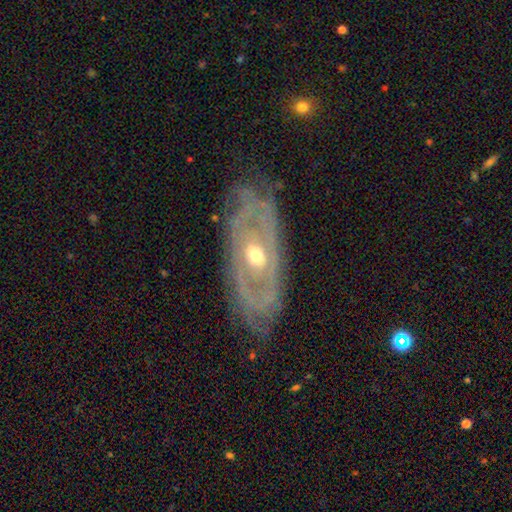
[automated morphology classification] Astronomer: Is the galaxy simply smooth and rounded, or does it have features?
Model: featured or disk — 83%.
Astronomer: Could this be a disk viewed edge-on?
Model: no — 89%.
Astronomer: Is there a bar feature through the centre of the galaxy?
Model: no — 74%.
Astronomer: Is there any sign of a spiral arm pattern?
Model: yes — 69%.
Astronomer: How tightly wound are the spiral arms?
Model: tight — 67%.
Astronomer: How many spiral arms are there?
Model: can't tell — 47% (runner-up: 2, 31%).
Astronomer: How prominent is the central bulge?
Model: moderate — 57% (runner-up: small, 38%).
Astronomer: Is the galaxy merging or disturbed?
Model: none — 71%.